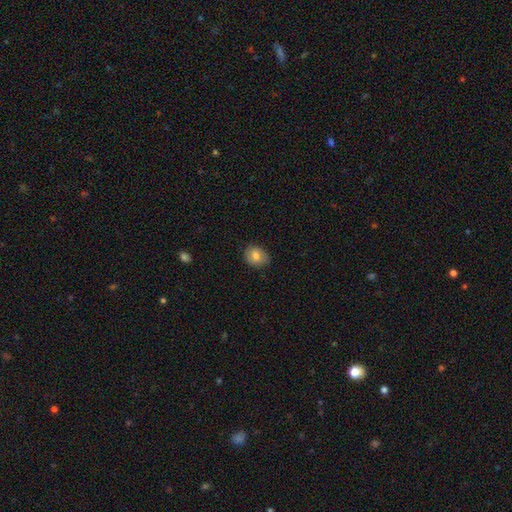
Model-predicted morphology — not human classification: Smooth or featured? smooth (74%)
How rounded? round (53%)
Merging? none (80%)